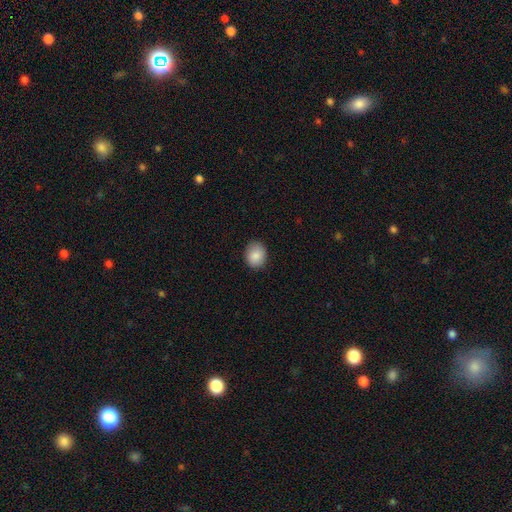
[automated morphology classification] Smooth or featured: smooth — 87% (star or artifact — 8%)
How rounded: round — 53% (in between — 46%)
Merging: none — 86% (minor disturbance — 11%)